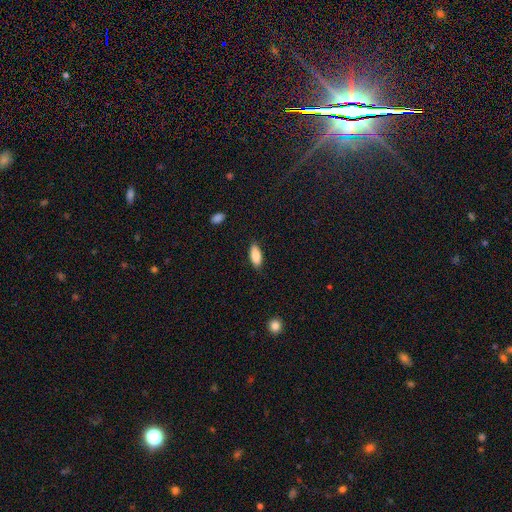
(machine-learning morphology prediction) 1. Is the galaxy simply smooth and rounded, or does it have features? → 87% smooth, 6% star or artifact, 6% featured or disk.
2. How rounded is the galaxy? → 82% in between, 16% cigar-shaped, 2% round.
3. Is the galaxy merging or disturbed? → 86% none, 11% minor disturbance, 2% major disturbance, 1% merger.